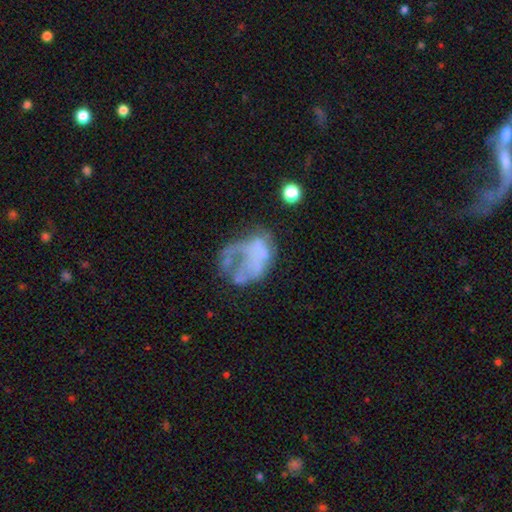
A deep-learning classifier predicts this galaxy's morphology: The model was most divided on "merging": major disturbance: 38%, none: 31%, minor disturbance: 18%, merger: 13%. More confident: edge-on disk — no (98%); bar — no (92%); spiral arms — no (88%); bulge size — none (82%); smooth or featured — featured or disk (60%).